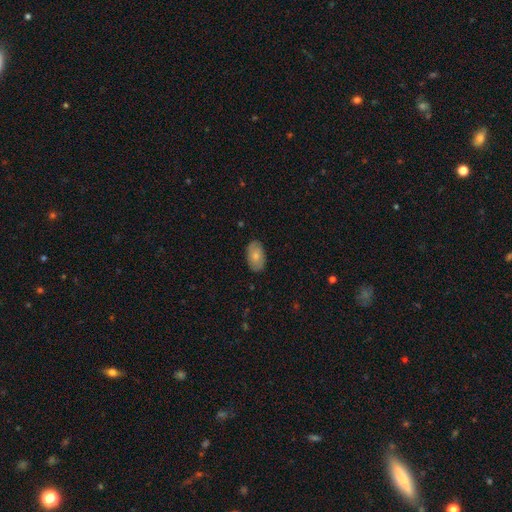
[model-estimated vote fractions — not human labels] smooth_or_featured: smooth (p=0.70) [alt: featured or disk p=0.24]
how_rounded: in between (p=0.93) [alt: round p=0.06]
merging: none (p=0.84) [alt: minor disturbance p=0.13]